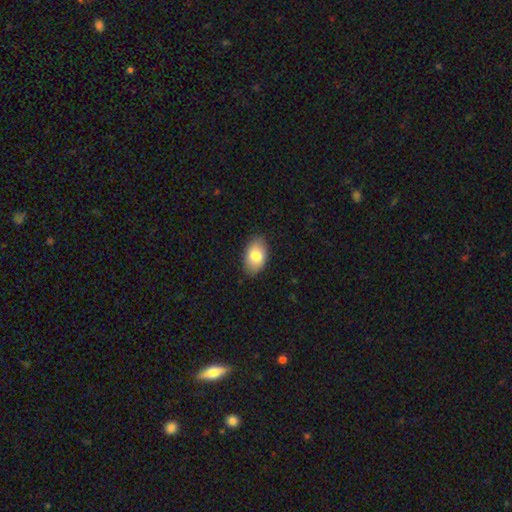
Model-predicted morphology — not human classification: A smooth galaxy with no disk features (82%) that is in between round and cigar-shaped (91%). Merging: none (86%).